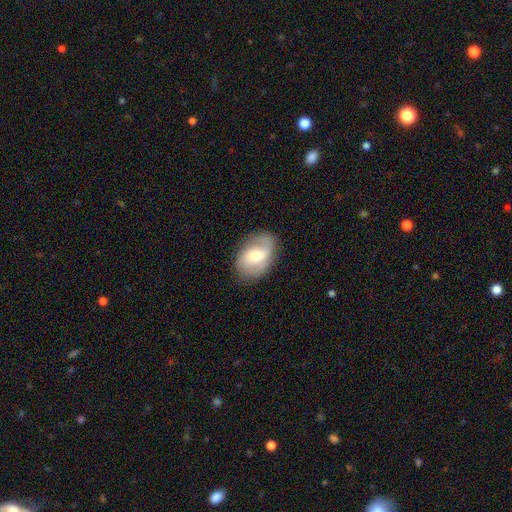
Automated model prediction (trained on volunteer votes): This is possibly a featured or disk galaxy (54%). It is clearly not viewed edge-on (95%). Bar: possibly no (49%). Spiral arm pattern: likely yes (79%). Central bulge: likely moderate (65%). Merging: likely none (76%).